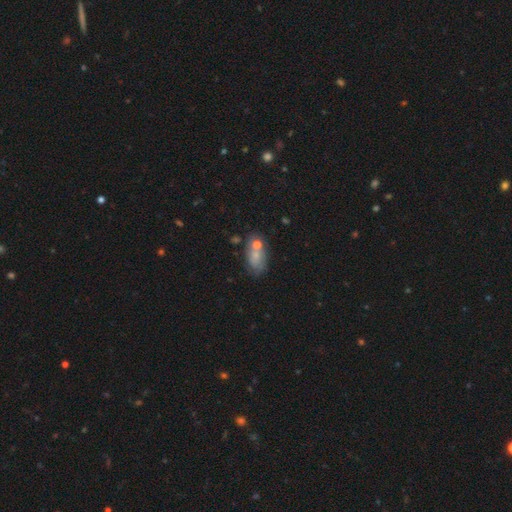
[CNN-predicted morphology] Smooth or featured?
  - smooth: 64% *
  - featured or disk: 24%
  - star or artifact: 12%
How rounded?
  - in between: 87% *
  - round: 10%
  - cigar-shaped: 3%
Merging?
  - none: 48% *
  - minor disturbance: 22%
  - merger: 21%
  - major disturbance: 9%